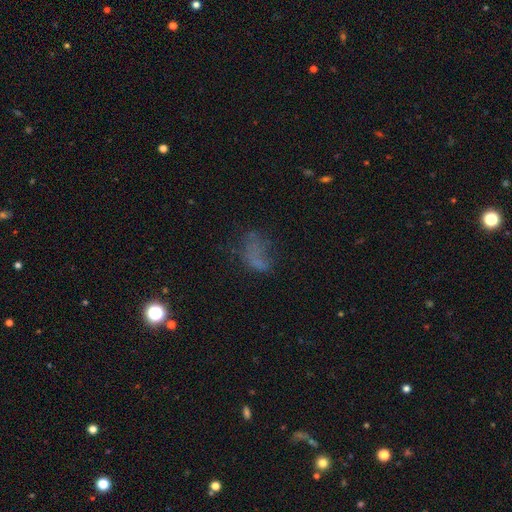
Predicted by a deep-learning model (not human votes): A smooth galaxy with no disk features (46%). Merging: none (40%).